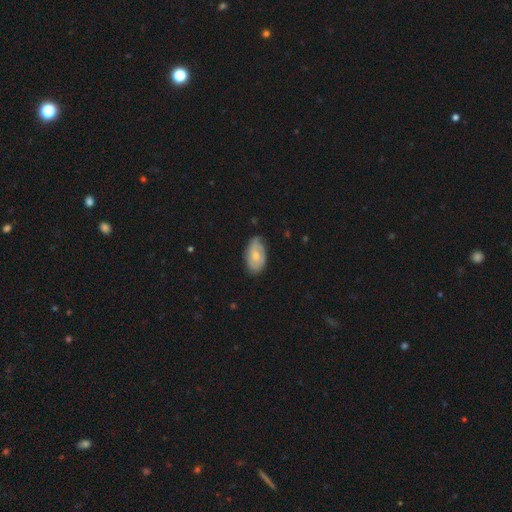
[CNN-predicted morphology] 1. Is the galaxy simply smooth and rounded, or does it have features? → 52% featured or disk, 42% smooth, 6% star or artifact.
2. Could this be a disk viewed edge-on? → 94% no, 6% yes.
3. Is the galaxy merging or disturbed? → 67% none, 27% minor disturbance, 5% major disturbance, 1% merger.